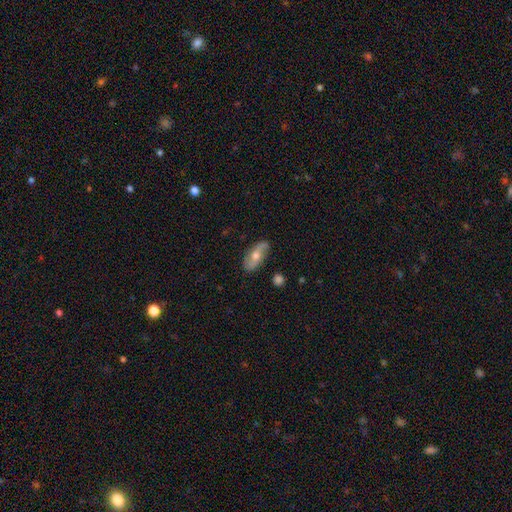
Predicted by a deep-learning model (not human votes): featured or disk 53%, smooth 40%, star or artifact 7%. Down the decision tree: edge-on disk — no (79%); merging — none (81%).